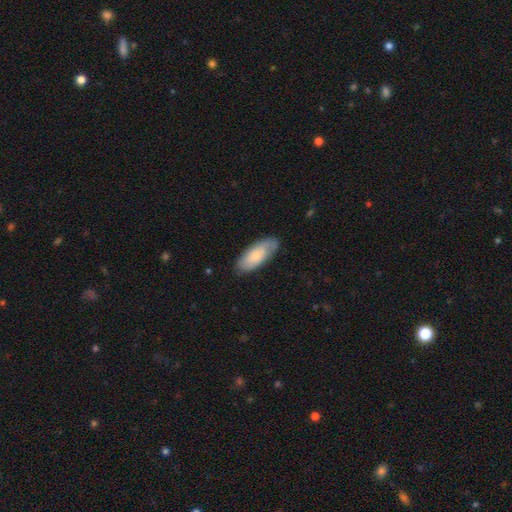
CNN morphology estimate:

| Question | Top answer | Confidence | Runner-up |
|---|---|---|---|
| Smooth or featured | smooth | 66% | featured or disk (28%) |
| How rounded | in between | 83% | cigar-shaped (16%) |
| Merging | none | 73% | minor disturbance (21%) |